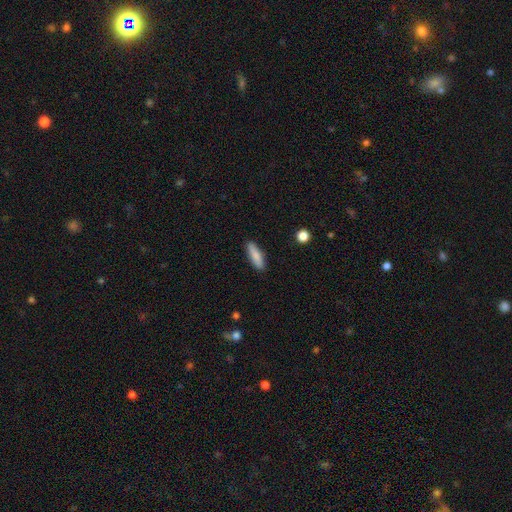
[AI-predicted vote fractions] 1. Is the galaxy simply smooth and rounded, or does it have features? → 85% smooth, 9% featured or disk, 6% star or artifact.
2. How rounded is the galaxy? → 59% cigar-shaped, 39% in between, 2% round.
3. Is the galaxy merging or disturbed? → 89% none, 8% minor disturbance, 2% major disturbance, 1% merger.